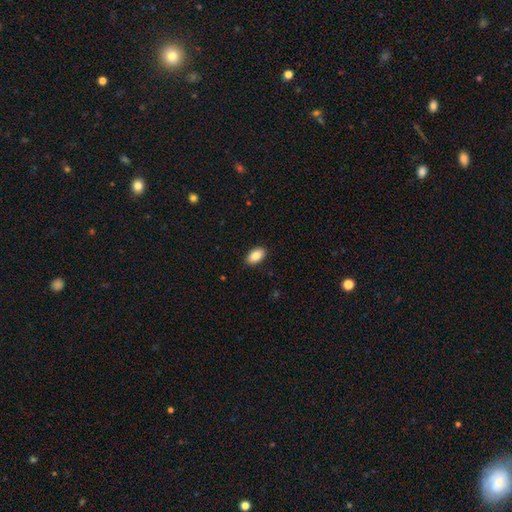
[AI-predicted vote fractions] A smooth galaxy with no disk features (87%) that is in between round and cigar-shaped (93%).

Vote fractions:
- Smooth or featured? smooth: 87% / star or artifact: 7% / featured or disk: 6%
- How rounded? in between: 93% / round: 5% / cigar-shaped: 2%
- Merging? none: 90% / minor disturbance: 8% / major disturbance: 2% / merger: 1%